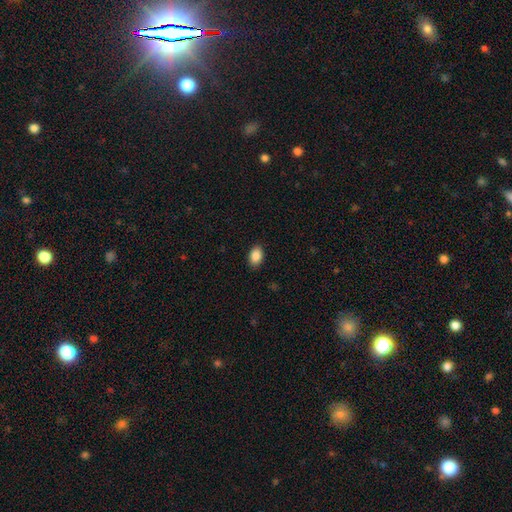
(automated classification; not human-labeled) The model was most divided on "how rounded": in between: 88%, round: 11%, cigar-shaped: 1%. More confident: merging — none (89%); smooth or featured — smooth (88%).